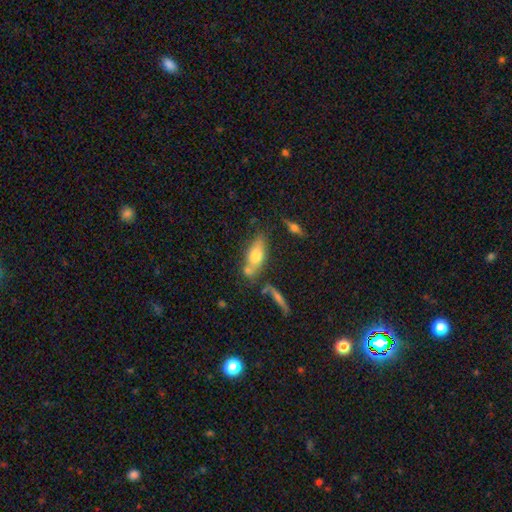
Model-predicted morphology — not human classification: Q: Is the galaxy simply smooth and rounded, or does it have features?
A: smooth — 65%.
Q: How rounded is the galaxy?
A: in between — 73%.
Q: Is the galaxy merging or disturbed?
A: none — 54%.